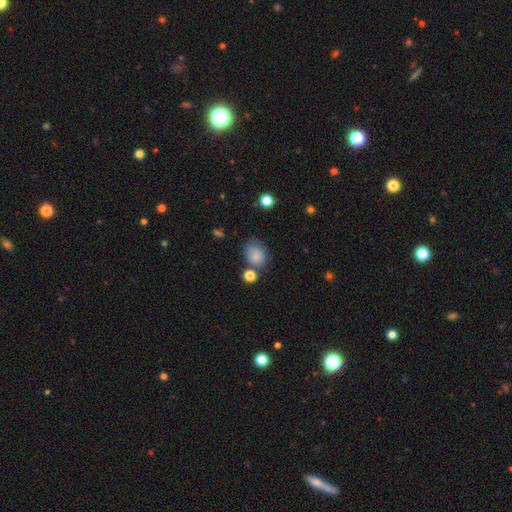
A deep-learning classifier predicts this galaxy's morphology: This appears to be a smooth galaxy with no disk features (83%) that is in between round and cigar-shaped (51%). Merging: none (65%).